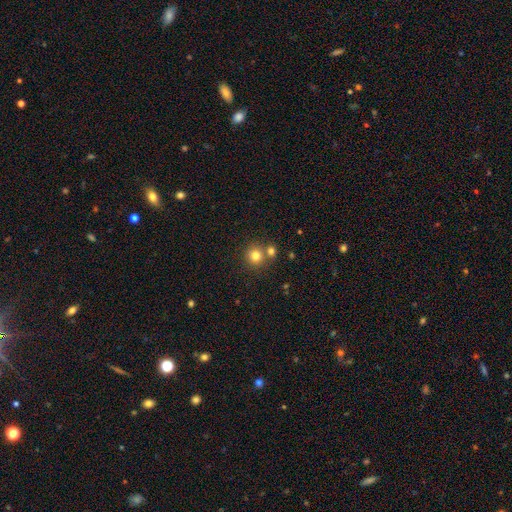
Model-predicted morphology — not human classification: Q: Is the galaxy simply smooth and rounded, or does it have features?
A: smooth — 79%.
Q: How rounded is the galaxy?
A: round — 90%.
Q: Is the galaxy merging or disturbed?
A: none — 67%.